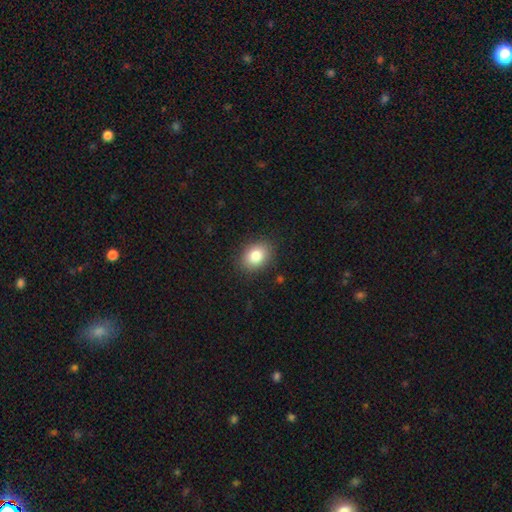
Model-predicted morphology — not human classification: Smooth or featured? Predicted: smooth (p=0.83). How rounded? Predicted: in between (p=0.65). Merging? Predicted: none (p=0.87).